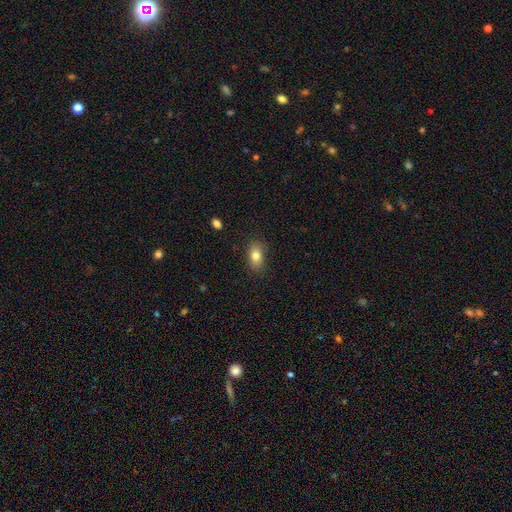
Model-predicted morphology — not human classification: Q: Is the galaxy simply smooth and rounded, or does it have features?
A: smooth — 81%.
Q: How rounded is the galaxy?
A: in between — 84%.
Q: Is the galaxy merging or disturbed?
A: none — 83%.